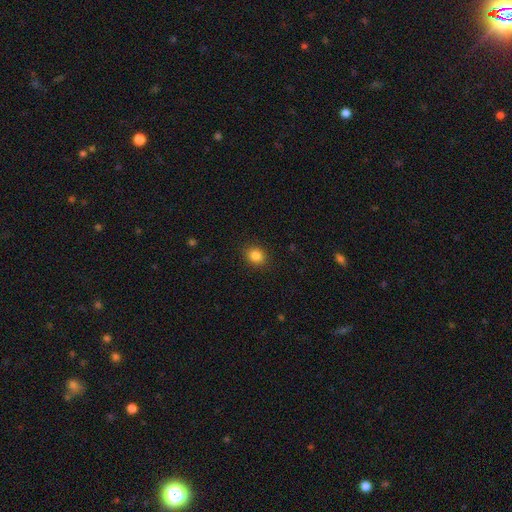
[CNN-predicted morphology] Q: Smooth or featured?
A: smooth (85%); runner-up: star or artifact (11%)
Q: How rounded?
A: round (68%); runner-up: in between (31%)
Q: Merging?
A: none (90%); runner-up: minor disturbance (7%)